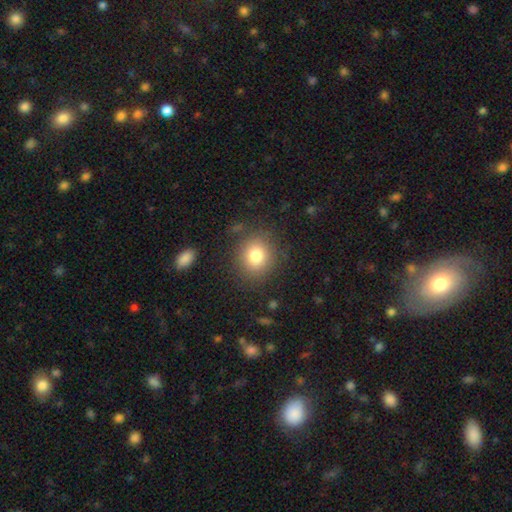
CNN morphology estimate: smooth-or-featured: smooth: 80% | star or artifact: 11% | featured or disk: 9%
  how-rounded: round: 78% | in between: 21% | cigar-shaped: 1%
  merging: none: 84% | minor disturbance: 10% | major disturbance: 4% | merger: 2%